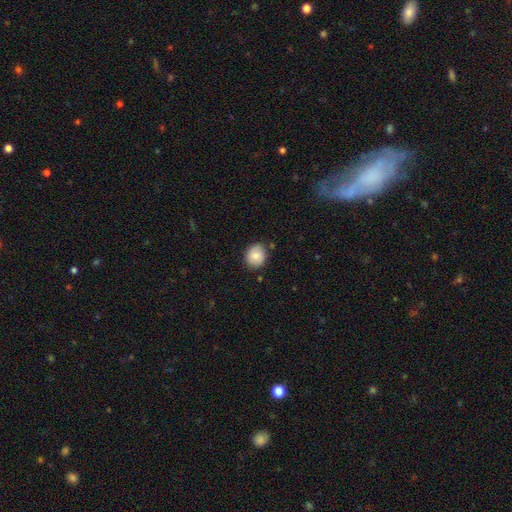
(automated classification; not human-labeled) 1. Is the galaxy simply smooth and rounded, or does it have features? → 84% smooth, 8% star or artifact, 8% featured or disk.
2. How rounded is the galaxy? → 79% round, 21% in between, 1% cigar-shaped.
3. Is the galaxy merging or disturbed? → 81% none, 14% minor disturbance, 3% major disturbance, 2% merger.